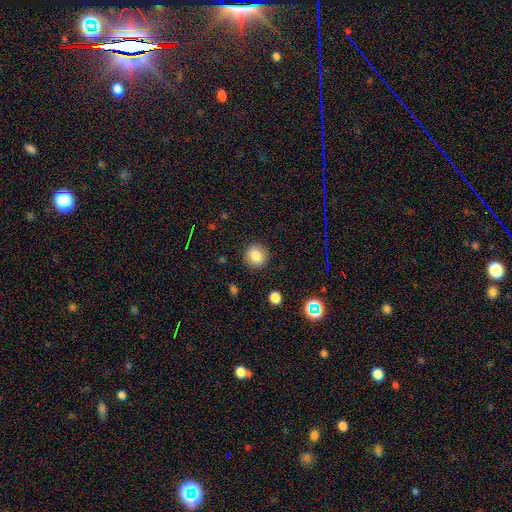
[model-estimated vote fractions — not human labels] A smooth galaxy with no disk features (84%) that is round (82%).

Vote fractions:
- Smooth or featured? smooth: 84% / star or artifact: 11% / featured or disk: 6%
- How rounded? round: 82% / in between: 17% / cigar-shaped: 1%
- Merging? none: 89% / minor disturbance: 7% / major disturbance: 3% / merger: 1%